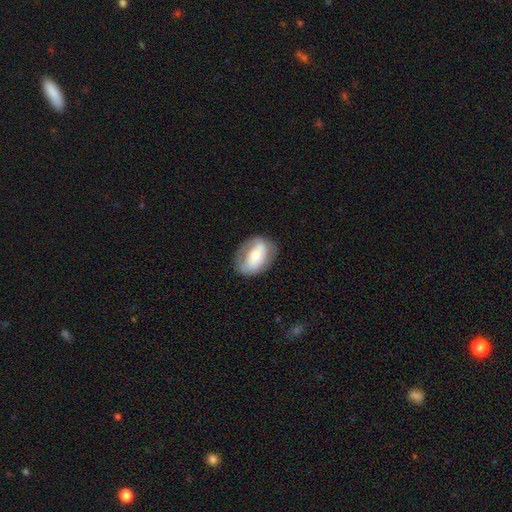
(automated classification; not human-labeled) A smooth galaxy with no disk features (48%).

Vote fractions:
- Smooth or featured? smooth: 48% / featured or disk: 46% / star or artifact: 7%
- Merging? none: 68% / minor disturbance: 21% / major disturbance: 10% / merger: 1%